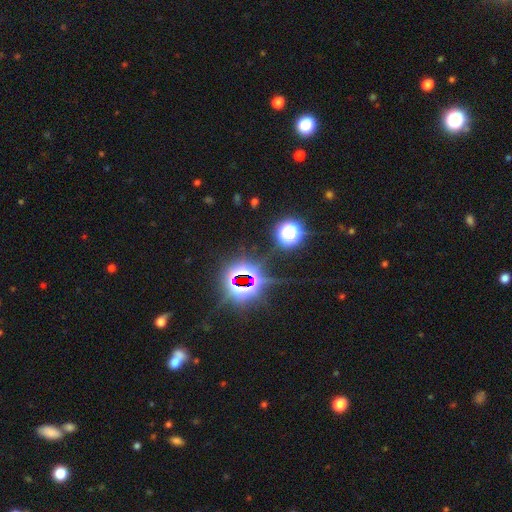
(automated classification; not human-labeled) Morphology: type=star or artifact (83%).